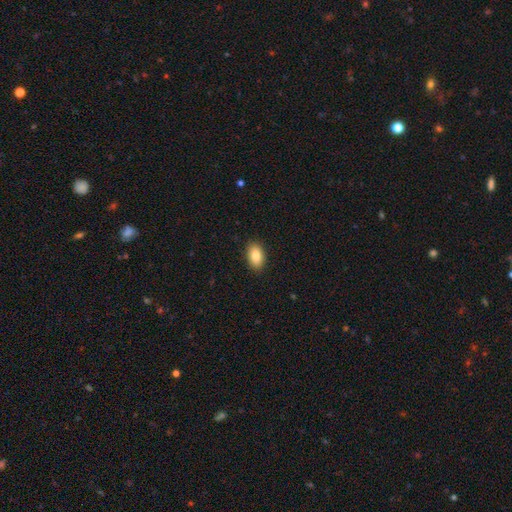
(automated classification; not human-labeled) A smooth galaxy with no disk features (85%) that is in between round and cigar-shaped (90%).

Vote fractions:
- Smooth or featured? smooth: 85% / featured or disk: 8% / star or artifact: 8%
- How rounded? in between: 90% / round: 8% / cigar-shaped: 2%
- Merging? none: 89% / minor disturbance: 8% / major disturbance: 2% / merger: 1%